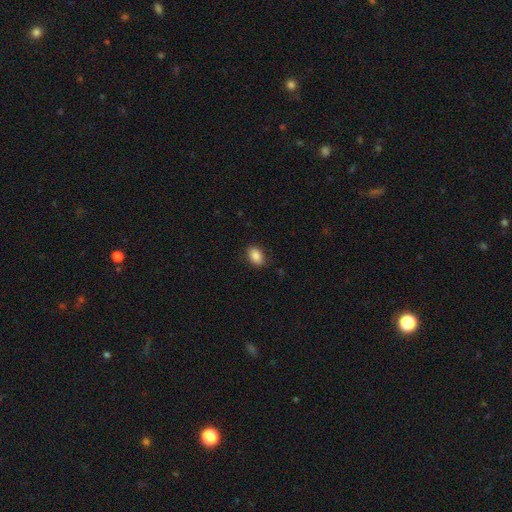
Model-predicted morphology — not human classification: type=smooth (86%); roundness=in between (83%); merging=none (86%).